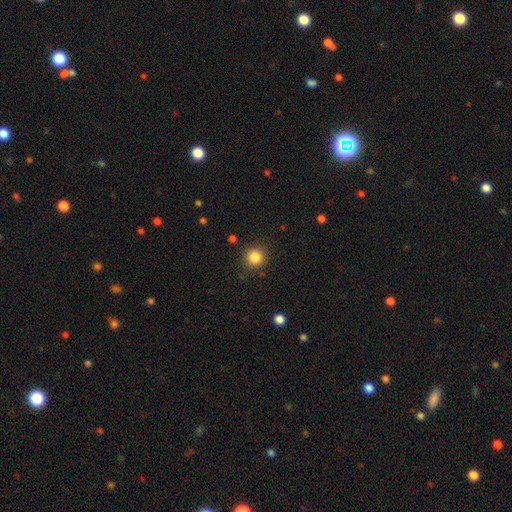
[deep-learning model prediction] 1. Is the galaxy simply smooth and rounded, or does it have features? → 85% smooth, 11% star or artifact, 4% featured or disk.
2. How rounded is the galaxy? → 93% round, 6% in between, 1% cigar-shaped.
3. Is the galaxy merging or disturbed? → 89% none, 7% minor disturbance, 3% major disturbance, 2% merger.